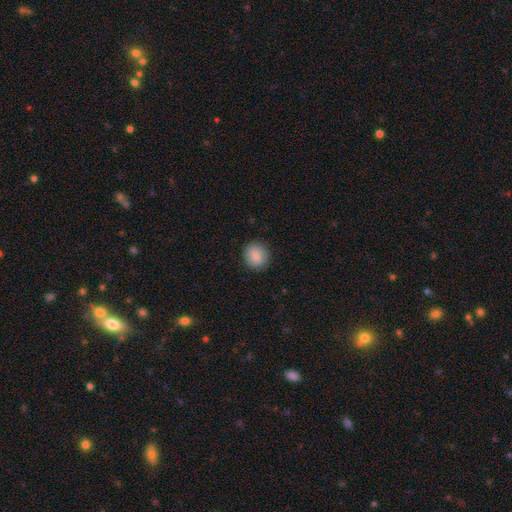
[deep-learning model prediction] Overall: smooth (86%). How rounded: round (84%). Merging: none (89%).